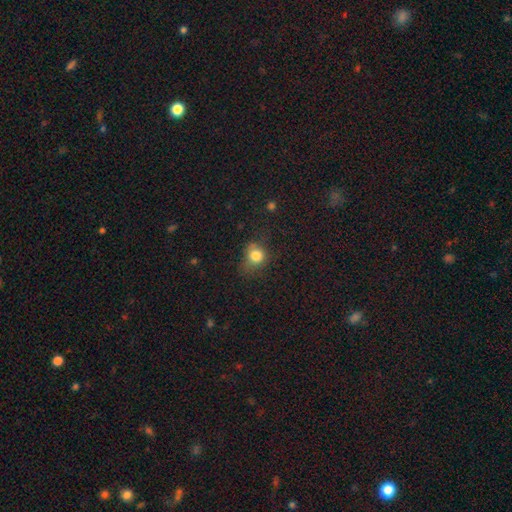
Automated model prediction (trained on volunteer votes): Q: Smooth or featured?
A: smooth (80%); runner-up: star or artifact (12%)
Q: How rounded?
A: round (73%); runner-up: in between (26%)
Q: Merging?
A: none (56%); runner-up: minor disturbance (28%)